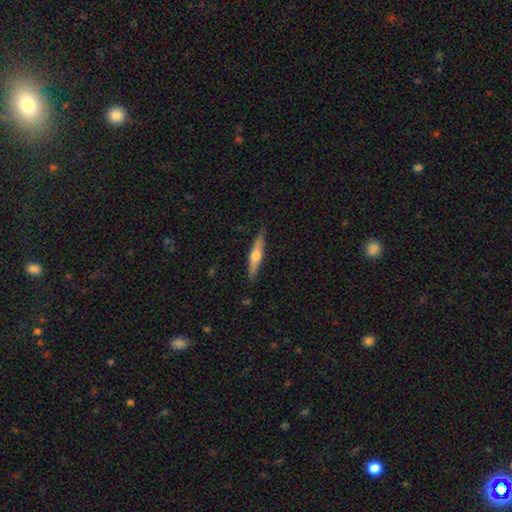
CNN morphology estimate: Q: Smooth or featured?
A: featured or disk (57%); runner-up: smooth (38%)
Q: Edge-on disk?
A: yes (95%); runner-up: no (5%)
Q: Edge-on bulge?
A: rounded (91%); runner-up: none (4%)
Q: Merging?
A: none (86%); runner-up: minor disturbance (11%)